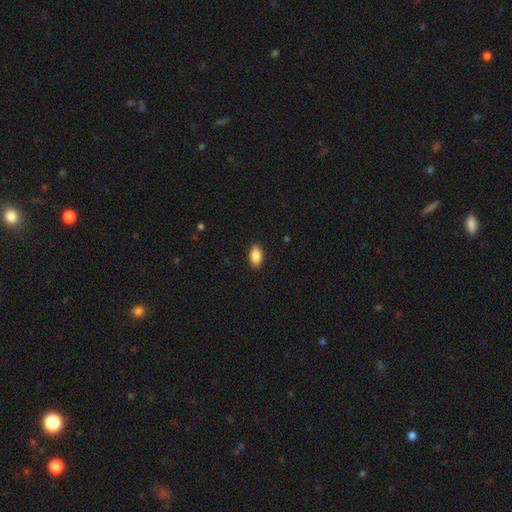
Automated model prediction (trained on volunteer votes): Morphology: type=smooth (88%); roundness=in between (92%); merging=none (89%).